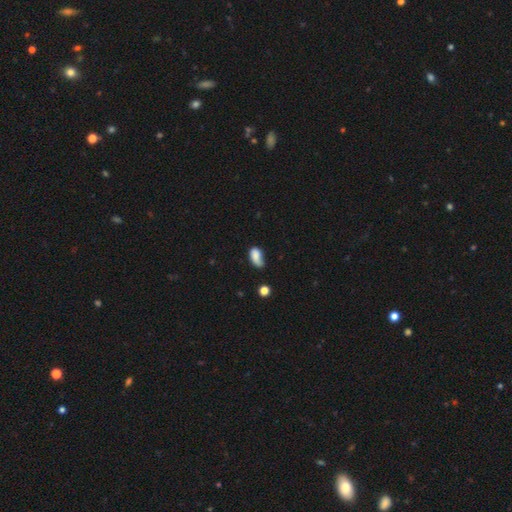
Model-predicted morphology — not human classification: A smooth galaxy with no disk features (77%) that is in between round and cigar-shaped (89%).

Vote fractions:
- Smooth or featured? smooth: 77% / featured or disk: 14% / star or artifact: 9%
- How rounded? in between: 89% / round: 8% / cigar-shaped: 3%
- Merging? minor disturbance: 37% / none: 36% / major disturbance: 19% / merger: 8%